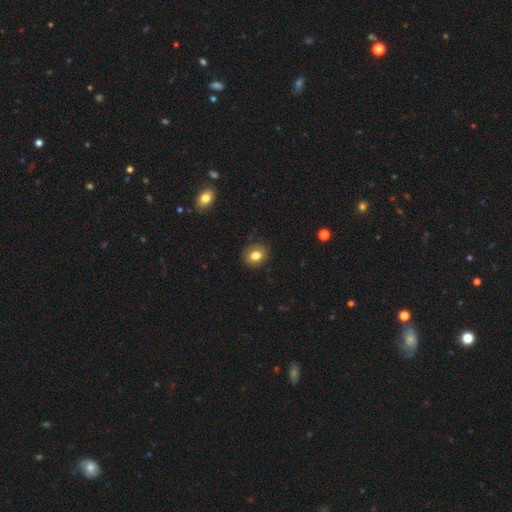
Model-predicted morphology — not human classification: type=smooth (80%); roundness=round (65%); merging=none (83%).